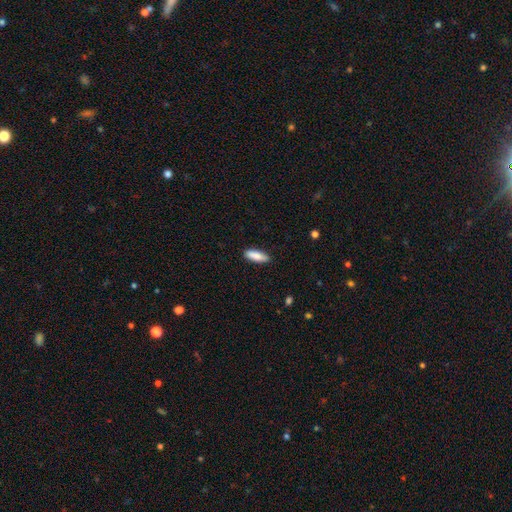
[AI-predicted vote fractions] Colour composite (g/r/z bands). It shows a smooth galaxy with no disk features (86%) that is in between round and cigar-shaped (56%). Merging: none (86%).